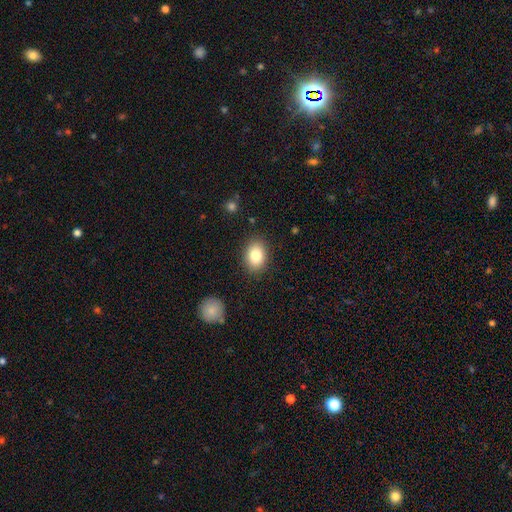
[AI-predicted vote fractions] This is clearly a smooth galaxy (84%). How rounded: likely in between (77%). Merging: clearly none (86%).